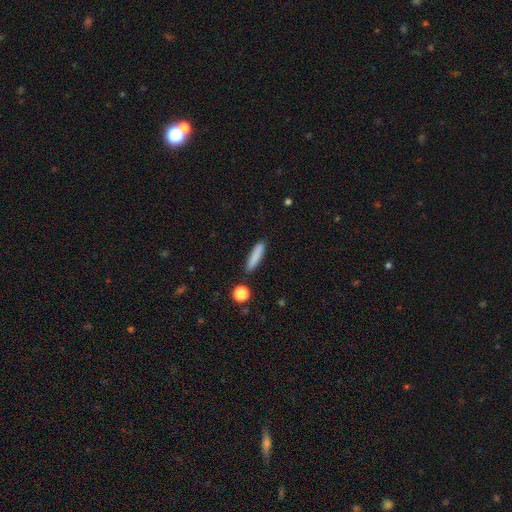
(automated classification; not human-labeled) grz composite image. It shows a smooth galaxy with no disk features (83%) that is cigar-shaped (86%). Merging: none (87%).